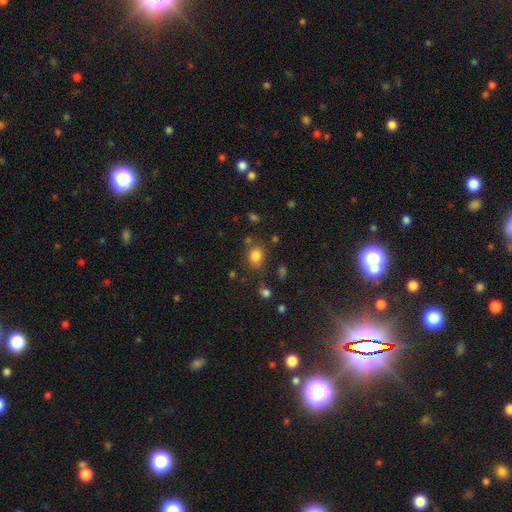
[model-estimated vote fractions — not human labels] A smooth galaxy with no disk features (80%) that is round (54%).

Vote fractions:
- Smooth or featured? smooth: 80% / star or artifact: 13% / featured or disk: 7%
- How rounded? round: 54% / in between: 45% / cigar-shaped: 1%
- Merging? none: 70% / minor disturbance: 16% / merger: 8% / major disturbance: 6%